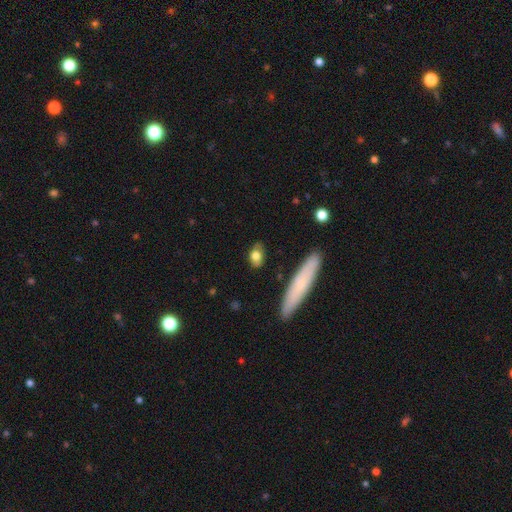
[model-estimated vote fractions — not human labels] smooth_or_featured: smooth (p=0.75) [alt: featured or disk p=0.17]
how_rounded: in between (p=0.77) [alt: round p=0.17]
merging: none (p=0.79) [alt: minor disturbance p=0.15]